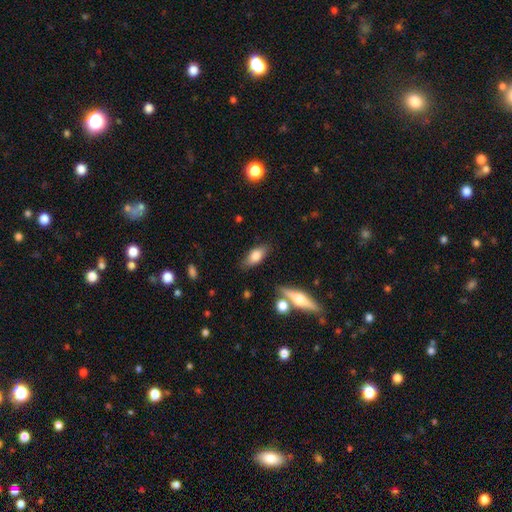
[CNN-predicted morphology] This is likely a smooth galaxy (73%). How rounded: likely in between (80%). Merging: likely none (79%).